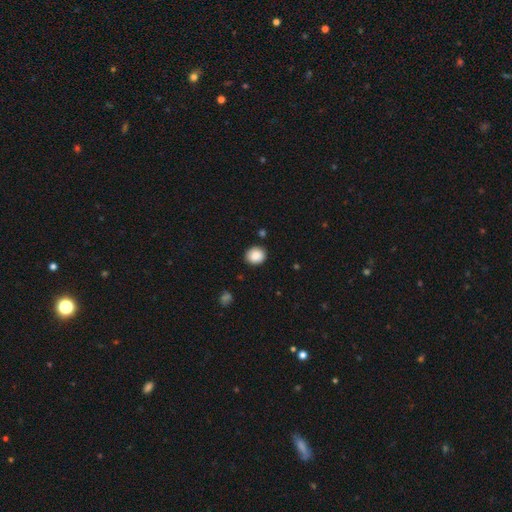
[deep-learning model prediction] The model was most divided on "how rounded": round: 83%, in between: 17%, cigar-shaped: 1%. More confident: merging — none (88%); smooth or featured — smooth (88%).